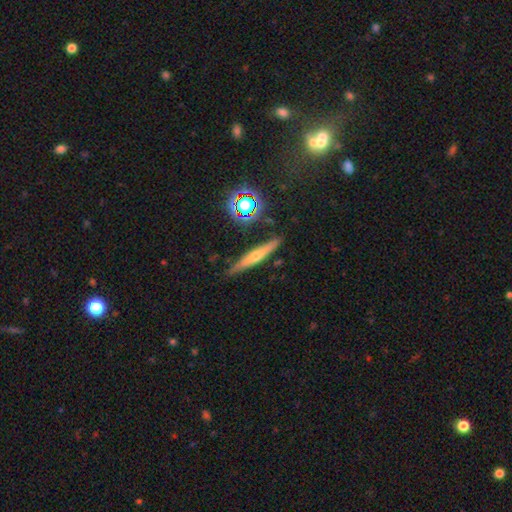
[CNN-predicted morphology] smooth_or_featured: featured or disk (p=0.53) [alt: smooth p=0.35]
disk_edge_on: yes (p=0.94) [alt: no p=0.06]
merging: none (p=0.86) [alt: minor disturbance p=0.10]